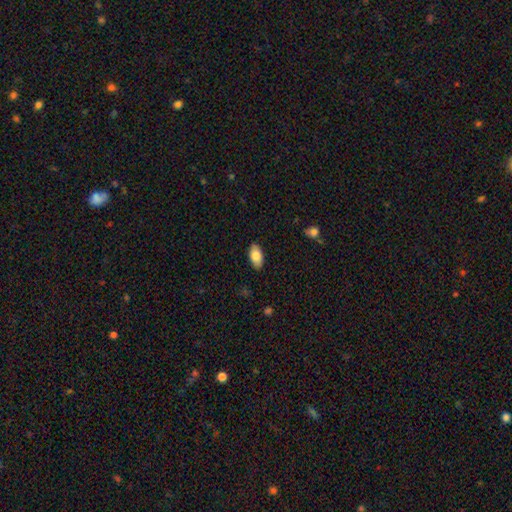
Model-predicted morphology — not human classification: smooth 82%, featured or disk 12%, star or artifact 6%. Down the decision tree: how rounded — in between (94%); merging — none (88%).